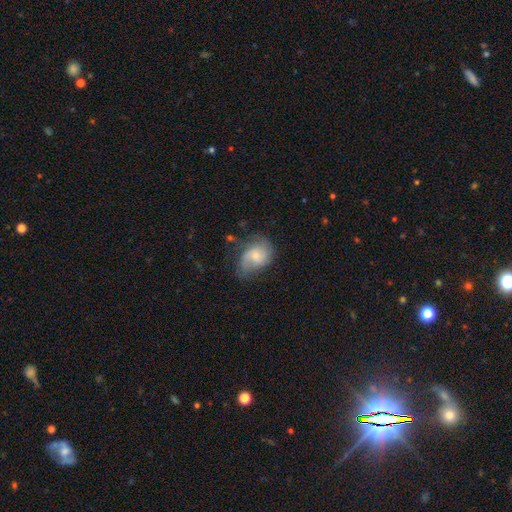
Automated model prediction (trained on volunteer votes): Overall: featured or disk (49%; smooth 42%). Merging: none (45%; minor disturbance 32%).